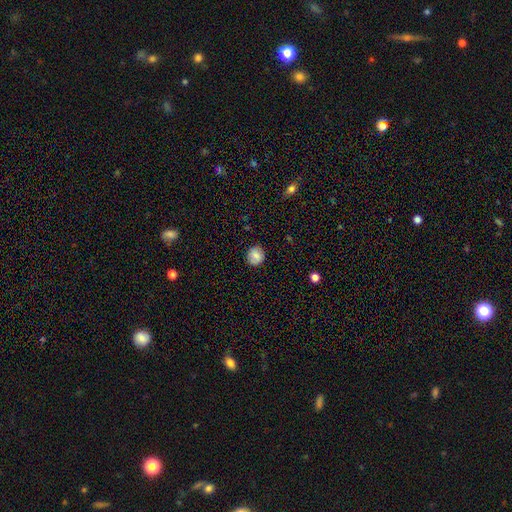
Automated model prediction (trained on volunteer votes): smooth-or-featured: smooth: 79% | featured or disk: 12% | star or artifact: 9%
  how-rounded: round: 85% | in between: 14% | cigar-shaped: 1%
  merging: none: 85% | minor disturbance: 11% | major disturbance: 3% | merger: 1%